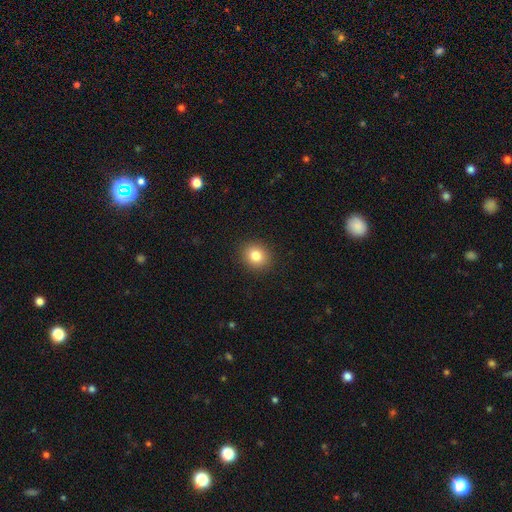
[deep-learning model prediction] A smooth galaxy with no disk features (82%) that is round (74%).

Vote fractions:
- Smooth or featured? smooth: 82% / star or artifact: 11% / featured or disk: 7%
- How rounded? round: 74% / in between: 25% / cigar-shaped: 1%
- Merging? none: 91% / minor disturbance: 6% / major disturbance: 2% / merger: 1%